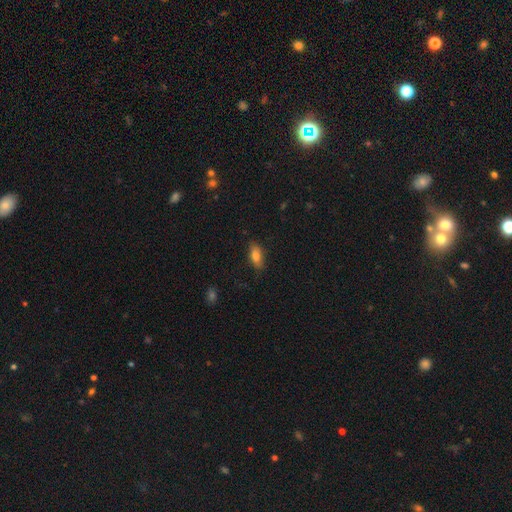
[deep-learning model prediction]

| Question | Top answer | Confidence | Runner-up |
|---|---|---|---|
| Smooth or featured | smooth | 81% | featured or disk (11%) |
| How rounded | in between | 83% | cigar-shaped (14%) |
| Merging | none | 80% | minor disturbance (15%) |